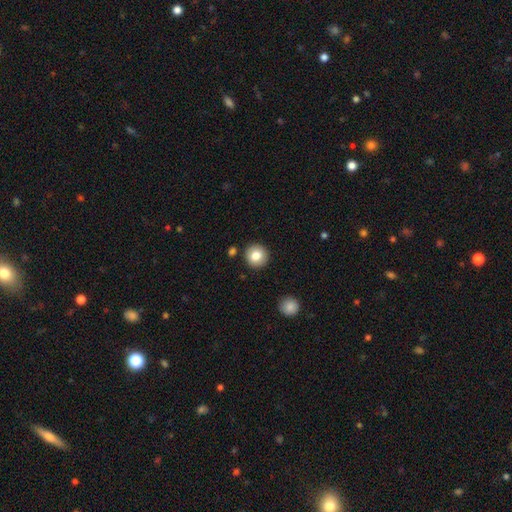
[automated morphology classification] Smooth or featured: smooth — 82% (star or artifact — 9%)
How rounded: round — 94% (in between — 5%)
Merging: none — 90% (minor disturbance — 6%)